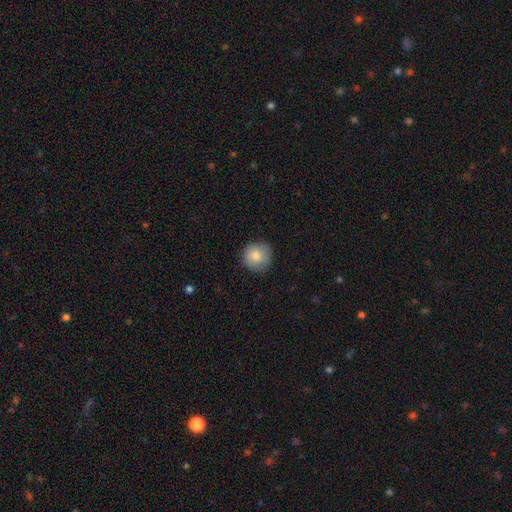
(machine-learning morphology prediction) Smooth or featured? smooth (83%)
How rounded? round (93%)
Merging? none (83%)